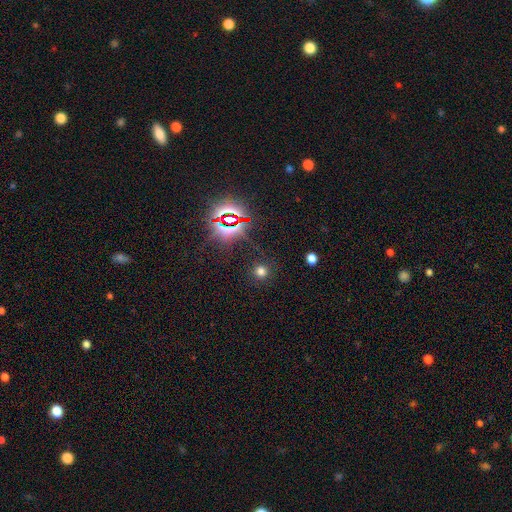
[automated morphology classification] Smooth or featured? Predicted: star or artifact (p=0.76).